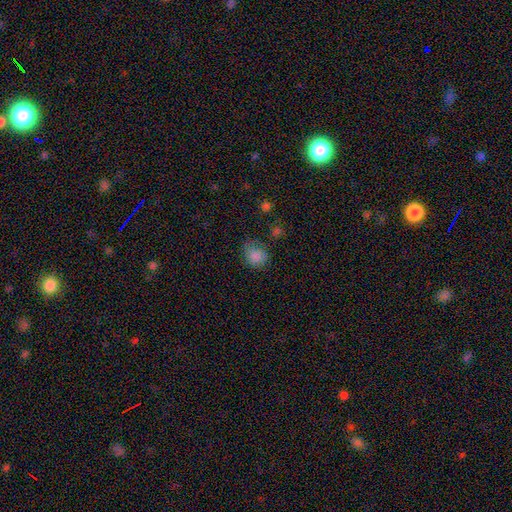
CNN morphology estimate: A smooth galaxy with no disk features (83%) that is round (65%). Merging: none (61%).